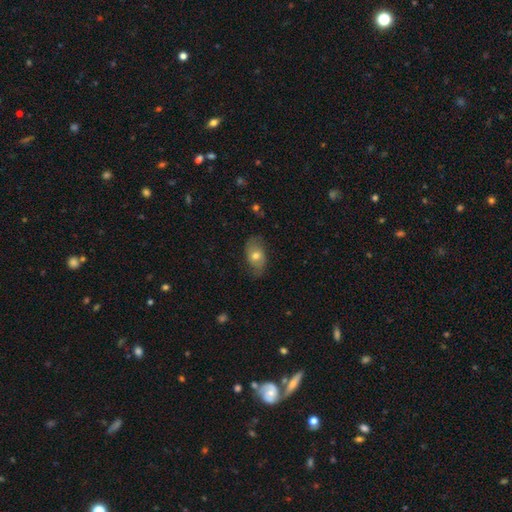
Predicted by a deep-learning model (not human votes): smooth 61%, featured or disk 32%, star or artifact 8%. Down the decision tree: how rounded — in between (86%); merging — none (71%).